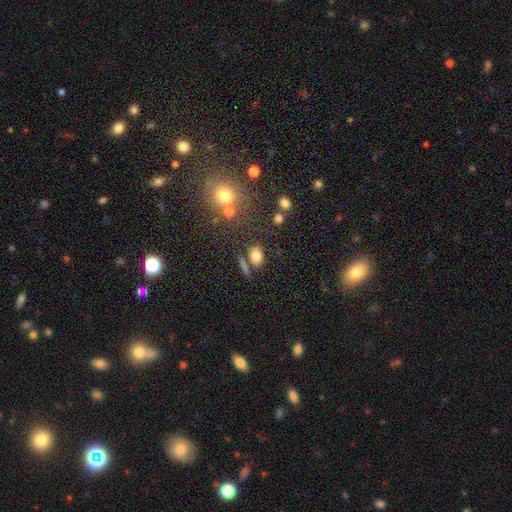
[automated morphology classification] Smooth or featured: smooth — 79% (star or artifact — 12%)
How rounded: in between — 72% (round — 26%)
Merging: none — 71% (minor disturbance — 13%)